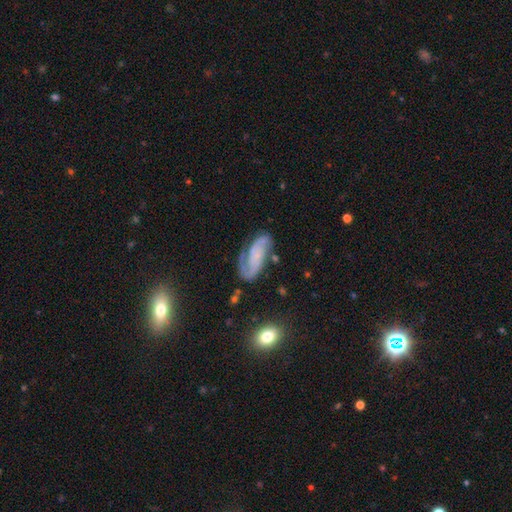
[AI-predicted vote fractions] Smooth or featured?
  - featured or disk: 79% *
  - smooth: 14%
  - star or artifact: 7%
Edge-on disk?
  - no: 96% *
  - yes: 4%
Bar?
  - no: 60% *
  - weak: 28%
  - strong: 11%
Spiral arms?
  - yes: 95% *
  - no: 5%
Spiral winding?
  - medium: 44% *
  - tight: 35%
  - loose: 21%
Spiral arm count?
  - 2: 81% *
  - 1: 7%
  - can't tell: 7%
  - 3: 3%
  - 4: 1%
  - more than 4: 1%
Bulge size?
  - small: 45% *
  - none: 40%
  - moderate: 10%
  - large: 3%
  - dominant: 2%
Merging?
  - none: 65% *
  - minor disturbance: 20%
  - major disturbance: 12%
  - merger: 3%